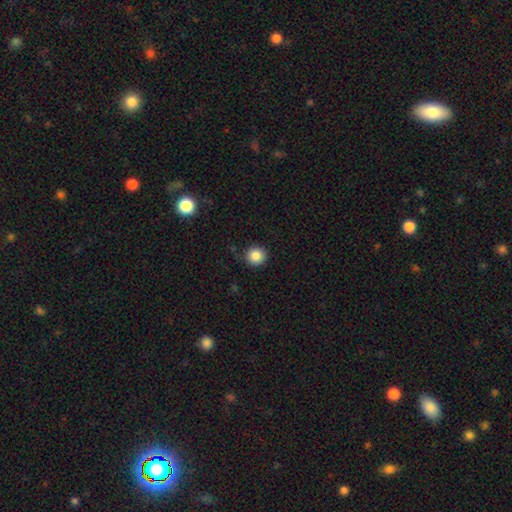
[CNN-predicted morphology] This is clearly a smooth galaxy (86%). How rounded: clearly round (93%). Merging: clearly none (88%).